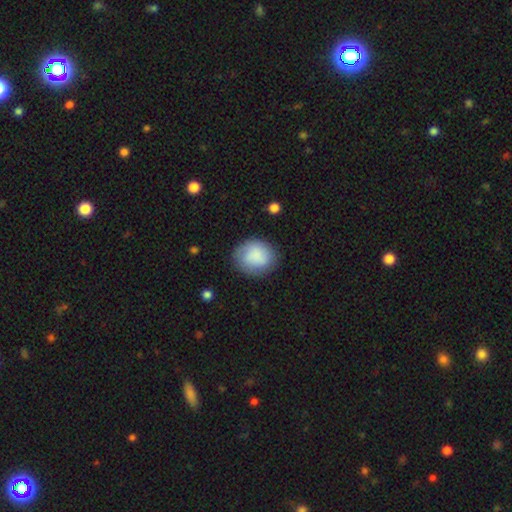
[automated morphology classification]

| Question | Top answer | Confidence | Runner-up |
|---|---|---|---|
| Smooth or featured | smooth | 83% | featured or disk (11%) |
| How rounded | round | 67% | in between (32%) |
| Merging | none | 77% | minor disturbance (16%) |